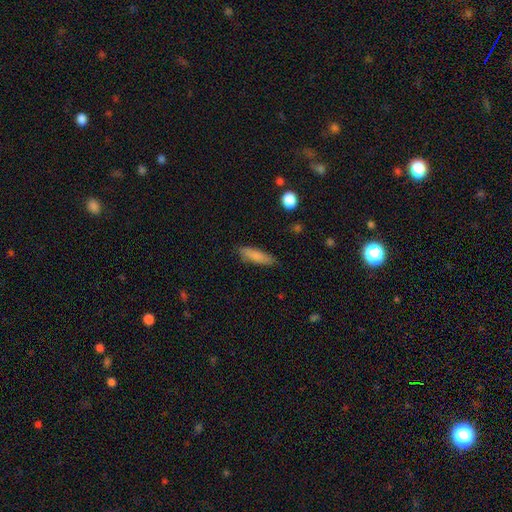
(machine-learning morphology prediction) Overall: smooth (82%). How rounded: cigar-shaped (64%; in between 34%). Merging: none (82%).